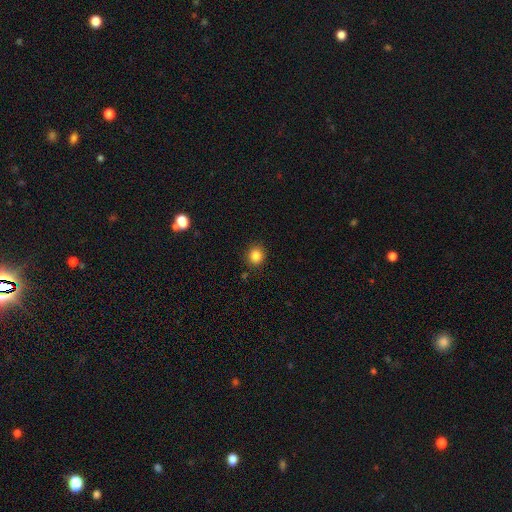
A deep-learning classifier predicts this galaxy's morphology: smooth_or_featured: smooth (p=0.85) [alt: star or artifact p=0.11]
how_rounded: round (p=0.87) [alt: in between p=0.13]
merging: none (p=0.88) [alt: minor disturbance p=0.08]